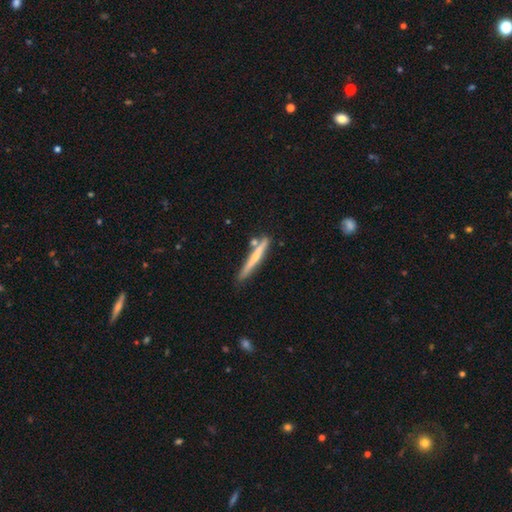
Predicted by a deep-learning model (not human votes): This appears to be a featured or disk galaxy (57%) viewed edge-on (96%) with a rounded central bulge (72%). Merging: none (76%).